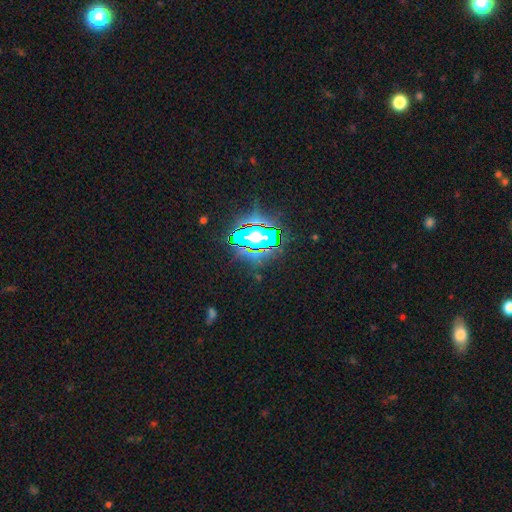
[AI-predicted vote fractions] Smooth or featured: star or artifact — 71% (smooth — 15%)